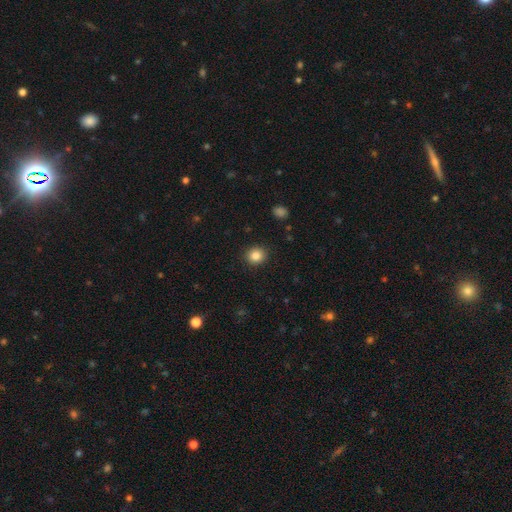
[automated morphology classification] smooth 84%, star or artifact 11%, featured or disk 5%. Down the decision tree: how rounded — round (85%); merging — none (91%).